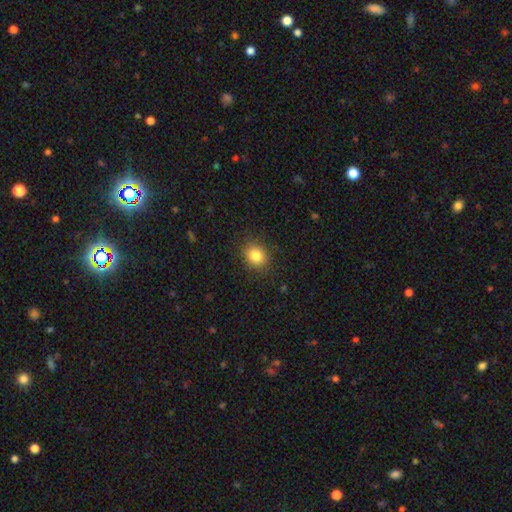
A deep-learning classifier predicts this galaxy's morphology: Smooth or featured? smooth (83%)
How rounded? round (70%)
Merging? none (88%)